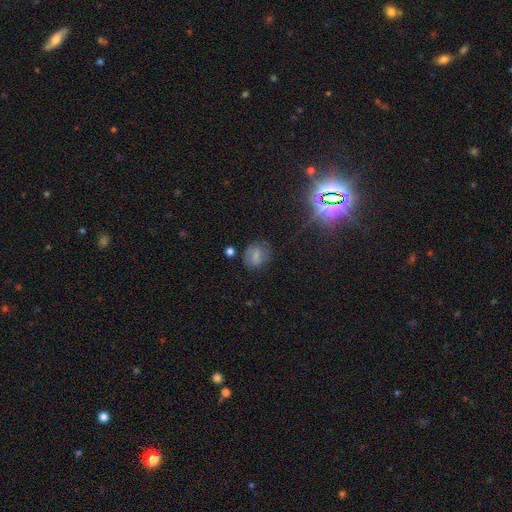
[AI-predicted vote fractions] This is likely a smooth galaxy (67%). How rounded: possibly in between (50%). Merging: likely none (71%).